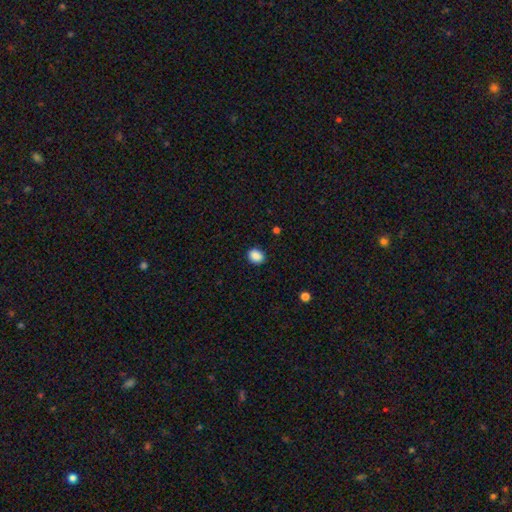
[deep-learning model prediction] Smooth or featured?
  - smooth: 88% *
  - star or artifact: 9%
  - featured or disk: 3%
How rounded?
  - round: 53% *
  - in between: 47%
  - cigar-shaped: 1%
Merging?
  - none: 88% *
  - minor disturbance: 9%
  - major disturbance: 2%
  - merger: 1%